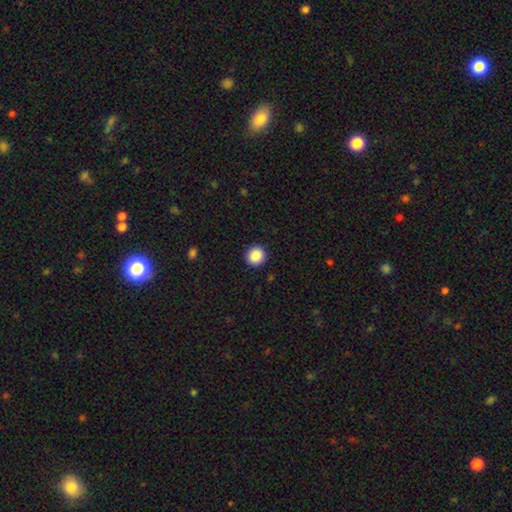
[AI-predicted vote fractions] smooth 89%, star or artifact 9%, featured or disk 3%. Down the decision tree: how rounded — round (92%); merging — none (92%).